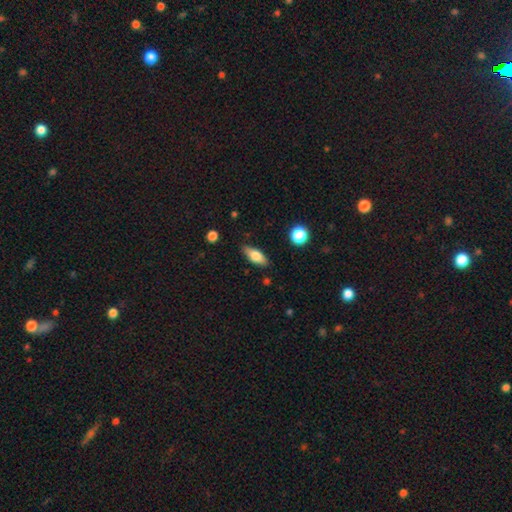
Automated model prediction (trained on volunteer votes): The model was most divided on "smooth or featured": smooth: 69%, featured or disk: 24%, star or artifact: 7%. More confident: merging — none (83%); how rounded — in between (73%).